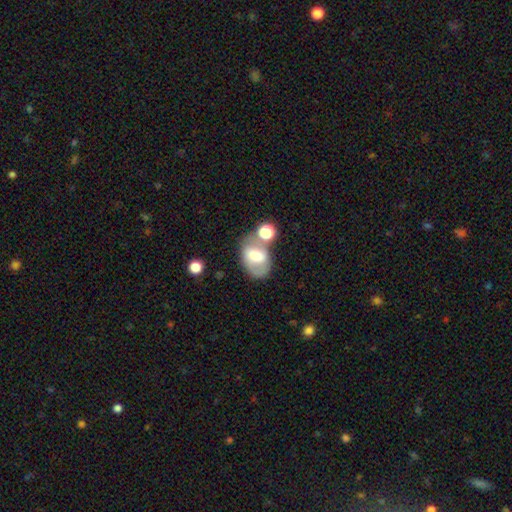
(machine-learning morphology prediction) This is possibly a smooth galaxy (54%). How rounded: likely in between (79%). Merging: possibly none (47%).